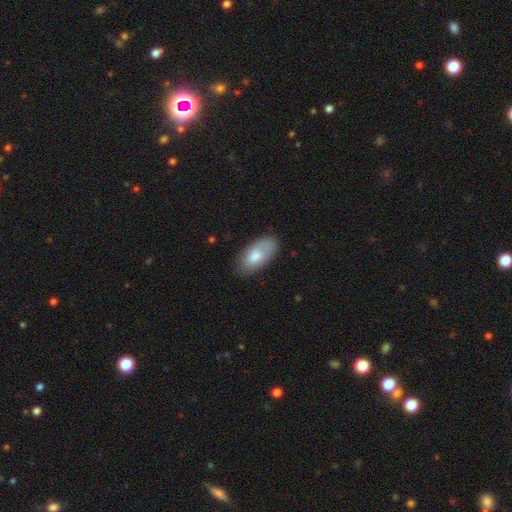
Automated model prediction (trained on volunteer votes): This appears to be a smooth galaxy with no disk features (77%) that is in between round and cigar-shaped (93%). Merging: none (74%).